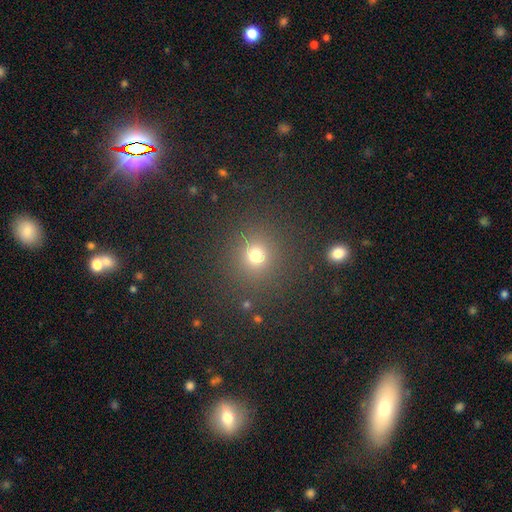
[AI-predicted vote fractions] A smooth galaxy with no disk features (71%) that is round (90%). Merging: none (85%).